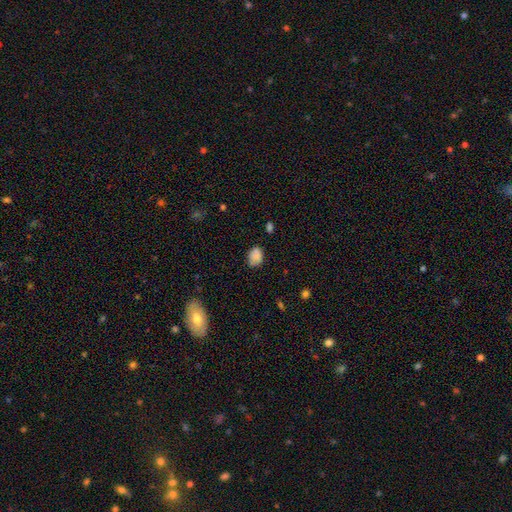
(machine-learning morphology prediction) smooth-or-featured: smooth: 84% | star or artifact: 10% | featured or disk: 7%
  how-rounded: in between: 62% | round: 37% | cigar-shaped: 1%
  merging: none: 69% | minor disturbance: 24% | major disturbance: 5% | merger: 2%